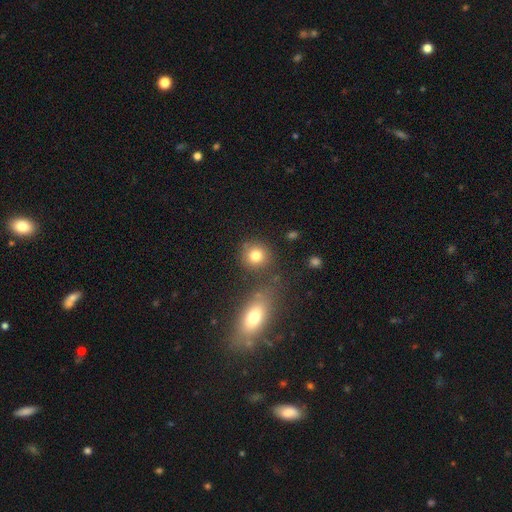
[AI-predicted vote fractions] This is likely a smooth galaxy (80%). How rounded: clearly round (87%). Merging: likely none (75%).